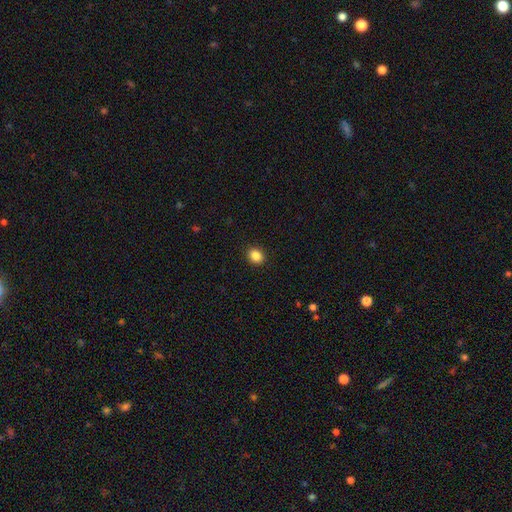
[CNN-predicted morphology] The model was most divided on "how rounded": round: 56%, in between: 43%, cigar-shaped: 1%. More confident: merging — none (91%); smooth or featured — smooth (87%).